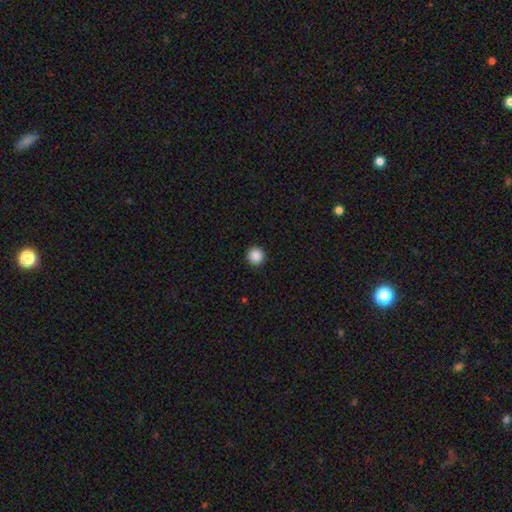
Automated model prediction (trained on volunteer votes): Smooth or featured: smooth — 88% (star or artifact — 10%)
How rounded: round — 96% (in between — 3%)
Merging: none — 94% (minor disturbance — 4%)